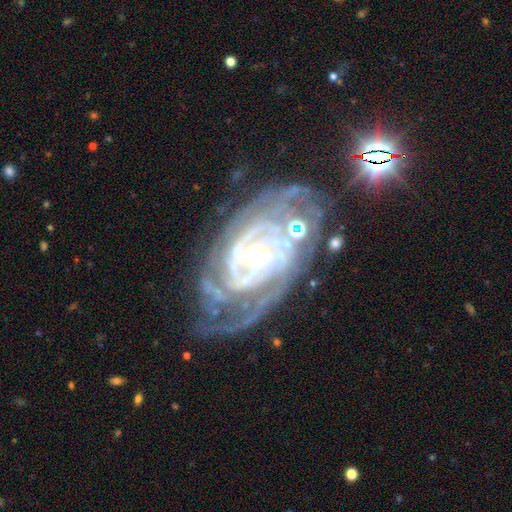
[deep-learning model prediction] This is clearly a featured or disk galaxy (91%). It is clearly not viewed edge-on (96%). Bar: possibly no (55%). Spiral arm pattern: clearly yes (98%). Spiral arm count: marginally 3 (23%). Spiral winding: likely tight (74%). Central bulge: possibly small (55%). Merging: likely none (60%).